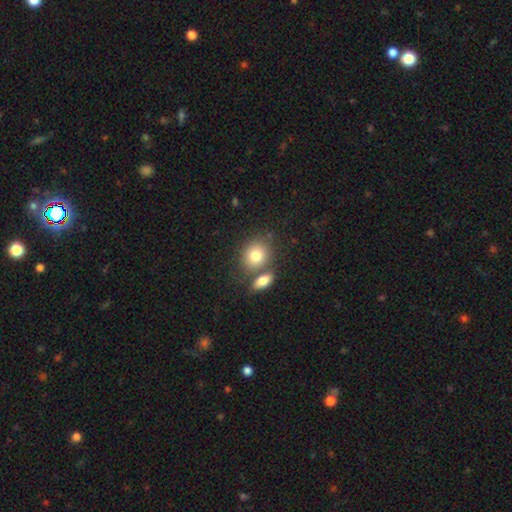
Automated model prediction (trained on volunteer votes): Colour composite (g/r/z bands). It shows a smooth galaxy with no disk features (80%) that is round (60%). Merging: none (56%).